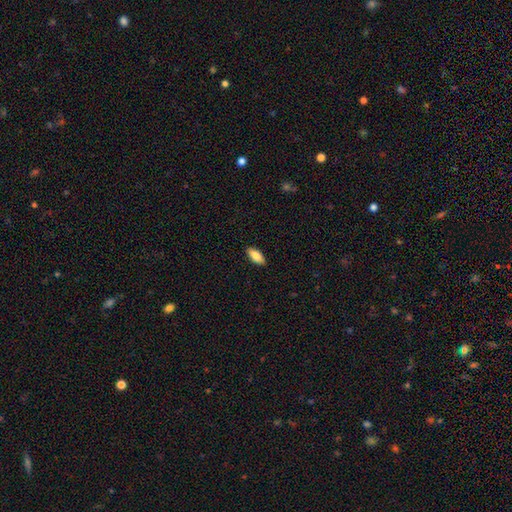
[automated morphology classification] smooth_or_featured: smooth (p=0.85) [alt: featured or disk p=0.09]
how_rounded: in between (p=0.87) [alt: cigar-shaped p=0.11]
merging: none (p=0.90) [alt: minor disturbance p=0.08]